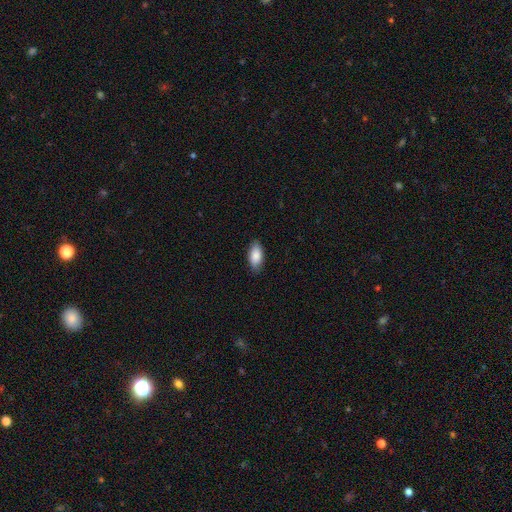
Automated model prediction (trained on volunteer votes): A smooth galaxy with no disk features (87%) that is in between round and cigar-shaped (91%).

Vote fractions:
- Smooth or featured? smooth: 87% / featured or disk: 7% / star or artifact: 6%
- How rounded? in between: 91% / cigar-shaped: 7% / round: 2%
- Merging? none: 86% / minor disturbance: 11% / major disturbance: 2% / merger: 1%